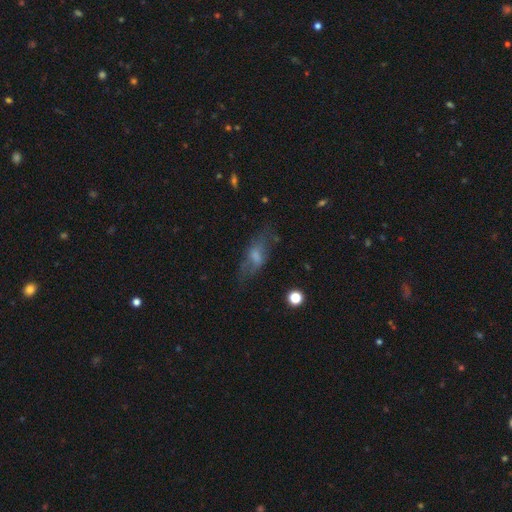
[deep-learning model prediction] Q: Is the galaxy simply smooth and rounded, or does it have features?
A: smooth — 44%, tied with featured or disk.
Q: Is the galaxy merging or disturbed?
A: none — 63%.